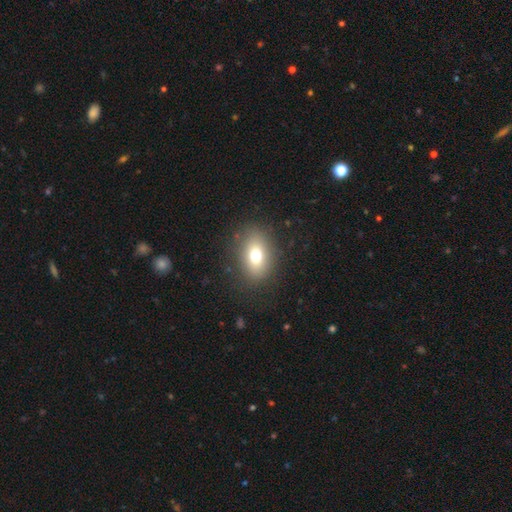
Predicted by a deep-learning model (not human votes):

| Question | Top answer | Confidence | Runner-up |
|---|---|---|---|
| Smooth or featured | smooth | 72% | featured or disk (16%) |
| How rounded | in between | 71% | round (27%) |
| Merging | none | 85% | minor disturbance (10%) |